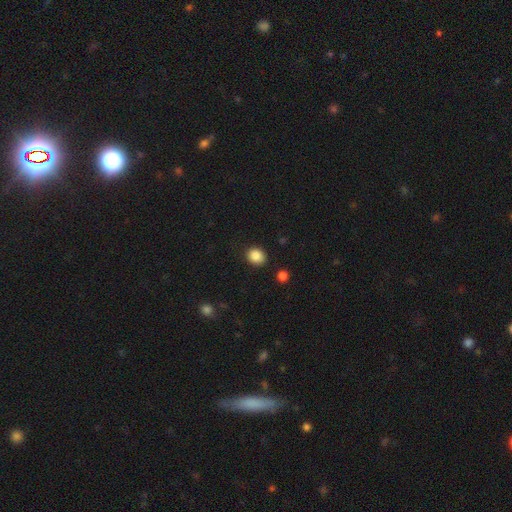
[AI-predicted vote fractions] smooth_or_featured: smooth (p=0.87) [alt: star or artifact p=0.09]
how_rounded: round (p=0.69) [alt: in between p=0.30]
merging: none (p=0.87) [alt: minor disturbance p=0.08]